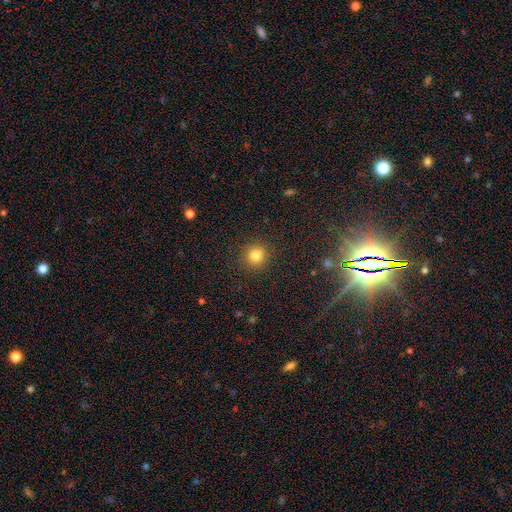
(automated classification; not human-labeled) The model was most divided on "smooth or featured": smooth: 82%, star or artifact: 13%, featured or disk: 5%. More confident: how rounded — round (91%); merging — none (89%).